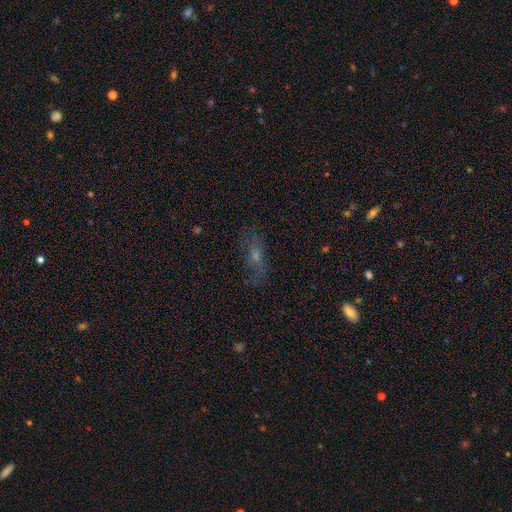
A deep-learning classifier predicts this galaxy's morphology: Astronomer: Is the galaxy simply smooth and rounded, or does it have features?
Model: smooth — 45% (runner-up: featured or disk, 36%).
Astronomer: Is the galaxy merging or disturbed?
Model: none — 64%.